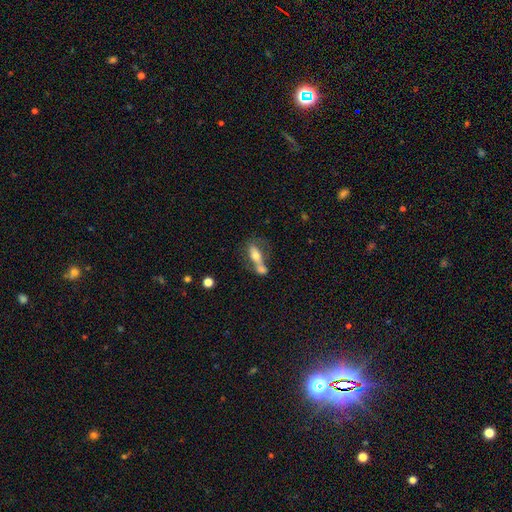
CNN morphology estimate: Overall: smooth (59%; featured or disk 32%). How rounded: in between (68%). Merging: merger (59%; none 23%).